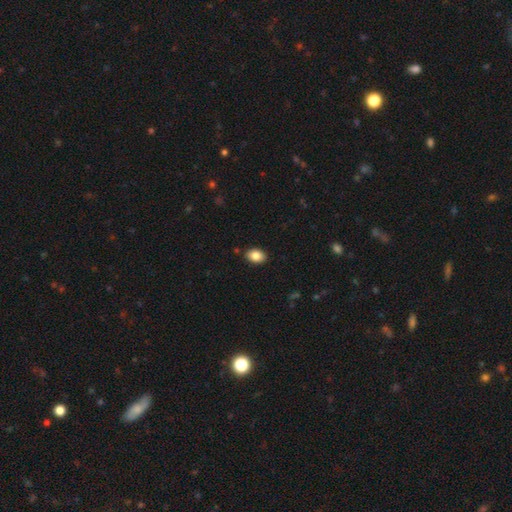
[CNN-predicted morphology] This is clearly a smooth galaxy (86%). How rounded: likely in between (79%). Merging: clearly none (88%).